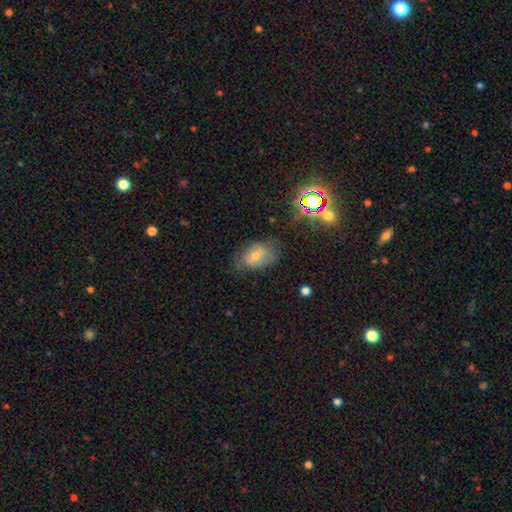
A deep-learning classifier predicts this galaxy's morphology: This appears to be a smooth galaxy with no disk features (51%) that is in between round and cigar-shaped (81%). Merging: none (53%).